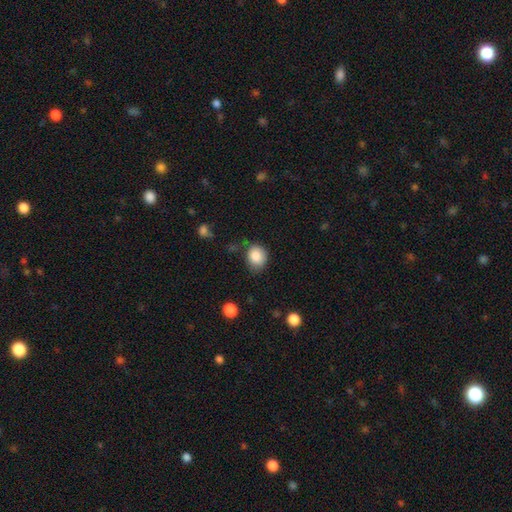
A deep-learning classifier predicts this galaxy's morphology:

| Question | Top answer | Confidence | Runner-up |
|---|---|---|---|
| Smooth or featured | smooth | 85% | star or artifact (9%) |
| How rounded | round | 65% | in between (34%) |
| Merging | none | 69% | minor disturbance (23%) |